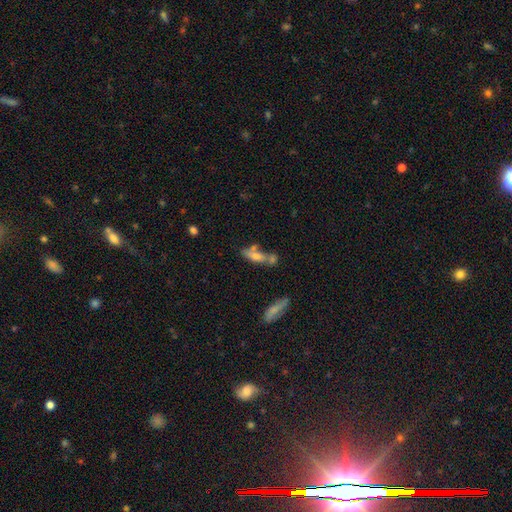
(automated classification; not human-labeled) Smooth or featured? Predicted: smooth (p=0.62). How rounded? Predicted: cigar-shaped (p=0.50). Merging? Predicted: none (p=0.38).